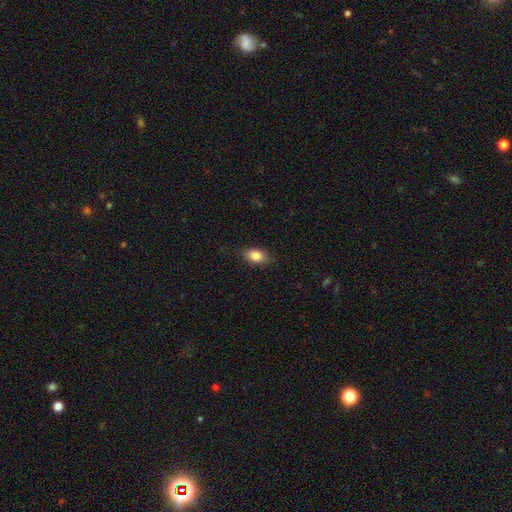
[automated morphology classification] type=smooth (84%); roundness=in between (84%); merging=none (80%).